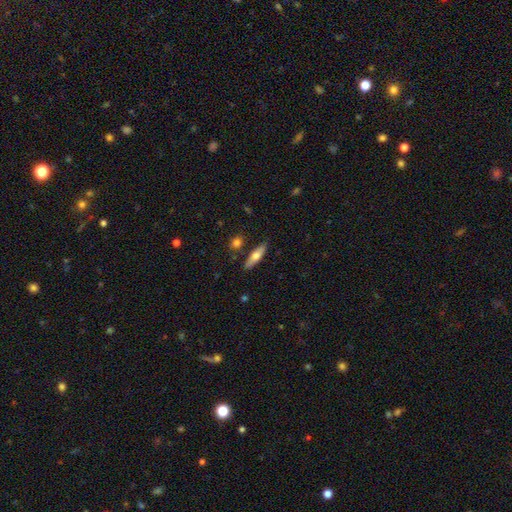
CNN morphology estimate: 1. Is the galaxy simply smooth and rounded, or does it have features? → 62% smooth, 32% featured or disk, 6% star or artifact.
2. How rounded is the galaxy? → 61% cigar-shaped, 37% in between, 2% round.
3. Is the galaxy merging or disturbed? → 83% none, 11% minor disturbance, 4% merger, 2% major disturbance.